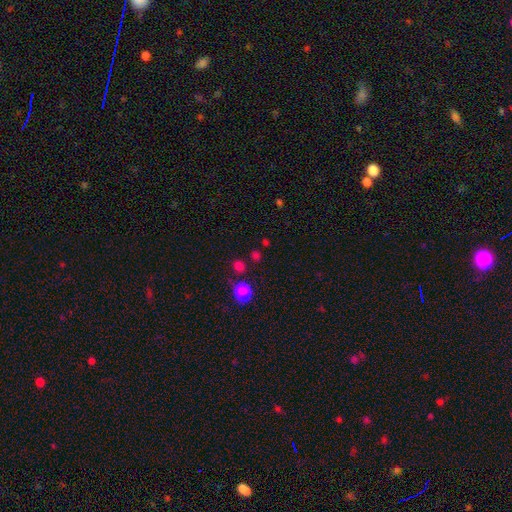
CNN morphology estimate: This is likely a smooth galaxy (74%). How rounded: likely round (72%). Merging: likely none (76%).